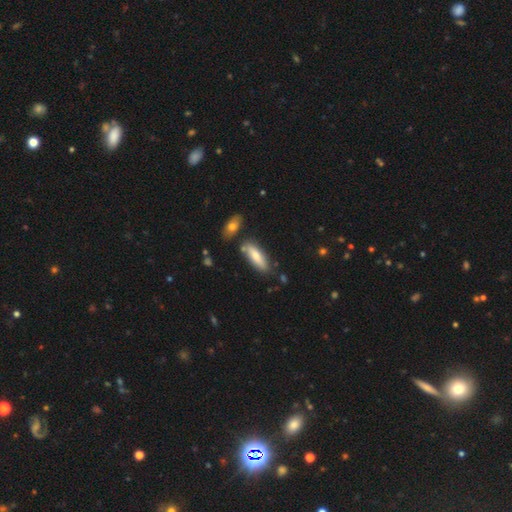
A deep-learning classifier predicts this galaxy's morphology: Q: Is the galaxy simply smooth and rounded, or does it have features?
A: smooth — 74%.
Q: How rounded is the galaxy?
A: in between — 54%.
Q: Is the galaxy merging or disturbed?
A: none — 73%.